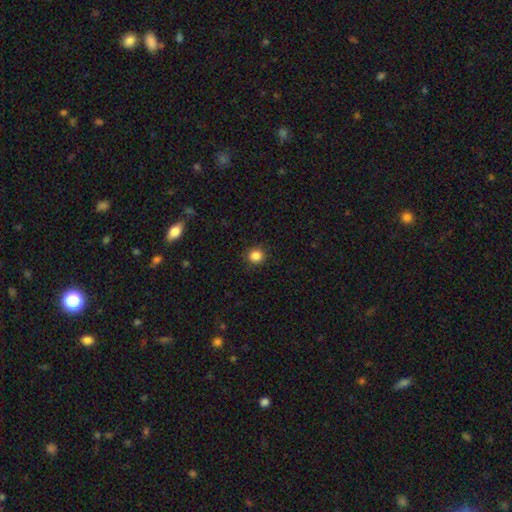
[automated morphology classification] A smooth galaxy with no disk features (85%) that is round (91%).

Vote fractions:
- Smooth or featured? smooth: 85% / star or artifact: 11% / featured or disk: 4%
- How rounded? round: 91% / in between: 8% / cigar-shaped: 1%
- Merging? none: 91% / minor disturbance: 6% / major disturbance: 2% / merger: 1%